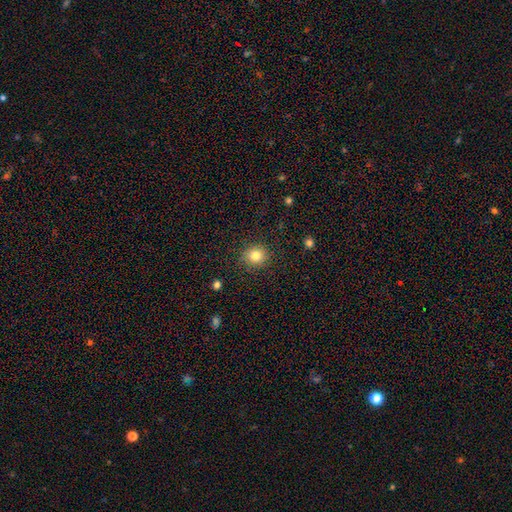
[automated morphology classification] smooth-or-featured: smooth: 81% | star or artifact: 12% | featured or disk: 7%
  how-rounded: round: 88% | in between: 11% | cigar-shaped: 1%
  merging: none: 89% | minor disturbance: 7% | major disturbance: 3% | merger: 1%